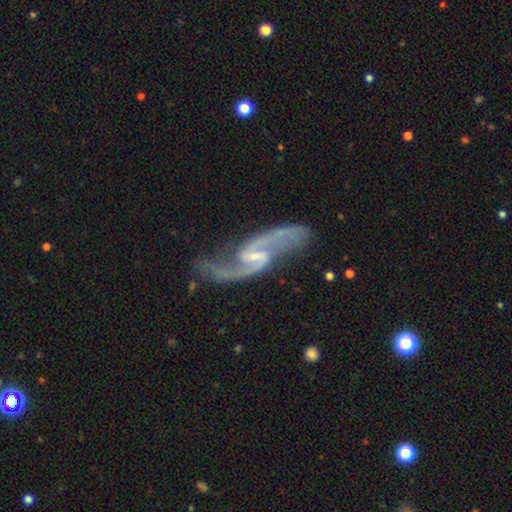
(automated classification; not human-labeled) Q: Smooth or featured?
A: featured or disk (93%); runner-up: star or artifact (4%)
Q: Edge-on disk?
A: no (97%); runner-up: yes (3%)
Q: Bar?
A: weak (52%); runner-up: strong (33%)
Q: Spiral arms?
A: yes (98%); runner-up: no (2%)
Q: Spiral winding?
A: loose (62%); runner-up: medium (32%)
Q: Spiral arm count?
A: 2 (94%); runner-up: can't tell (1%)
Q: Bulge size?
A: small (57%); runner-up: none (24%)
Q: Merging?
A: none (74%); runner-up: minor disturbance (15%)